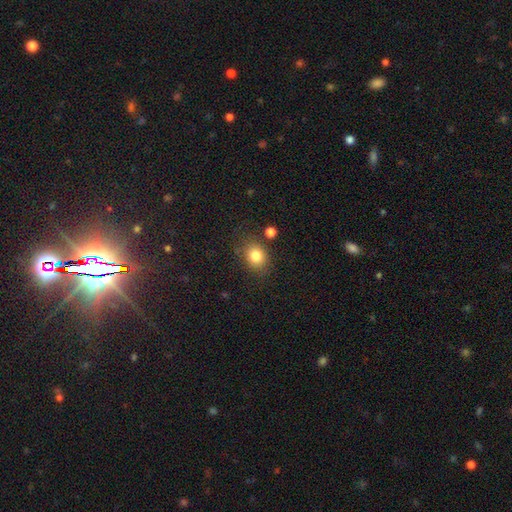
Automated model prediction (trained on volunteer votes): Smooth or featured?
  - smooth: 82% *
  - star or artifact: 11%
  - featured or disk: 7%
How rounded?
  - round: 59% *
  - in between: 40%
  - cigar-shaped: 1%
Merging?
  - none: 77% *
  - minor disturbance: 13%
  - merger: 5%
  - major disturbance: 4%